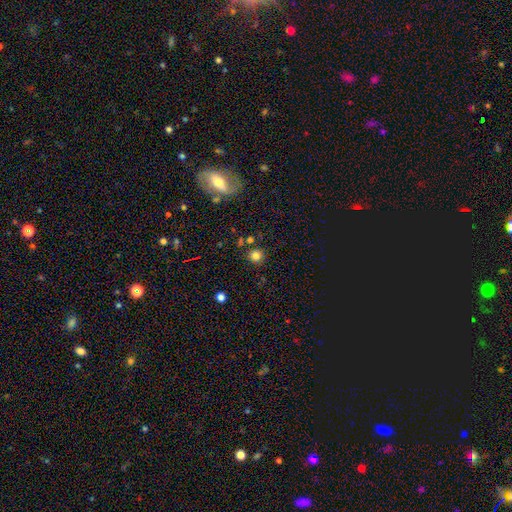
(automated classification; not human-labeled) This appears to be a smooth galaxy with no disk features (81%) that is round (92%). Merging: none (85%).